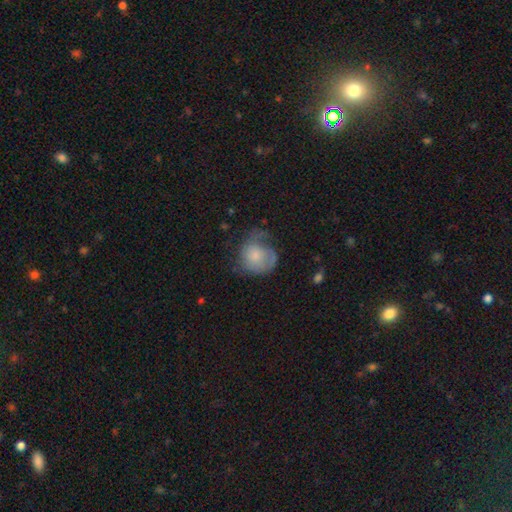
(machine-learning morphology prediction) type=smooth (52%); roundness=round (75%); merging=none (38%).